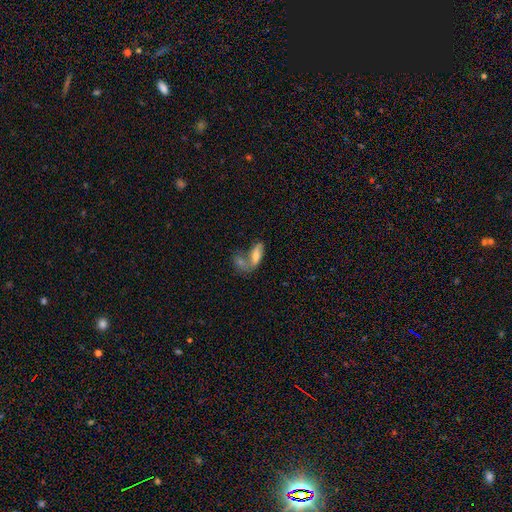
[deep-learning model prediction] A smooth galaxy with no disk features (64%) that is in between round and cigar-shaped (72%).

Vote fractions:
- Smooth or featured? smooth: 64% / featured or disk: 27% / star or artifact: 9%
- How rounded? in between: 72% / cigar-shaped: 25% / round: 4%
- Merging? merger: 57% / none: 22% / minor disturbance: 10% / major disturbance: 10%